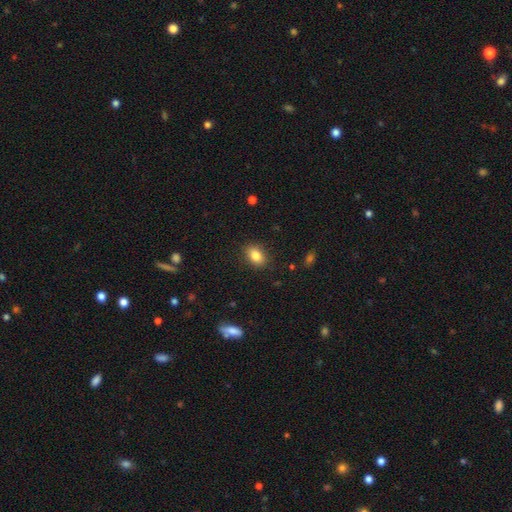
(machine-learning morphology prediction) smooth-or-featured: smooth: 84% | star or artifact: 9% | featured or disk: 7%
  how-rounded: in between: 79% | round: 20% | cigar-shaped: 2%
  merging: none: 87% | minor disturbance: 9% | major disturbance: 3% | merger: 1%